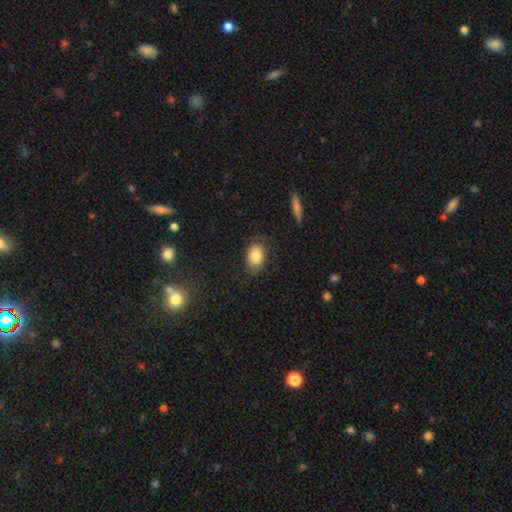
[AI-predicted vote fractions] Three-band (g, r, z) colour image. It shows a smooth galaxy with no disk features (83%) that is in between round and cigar-shaped (75%). Merging: none (80%).